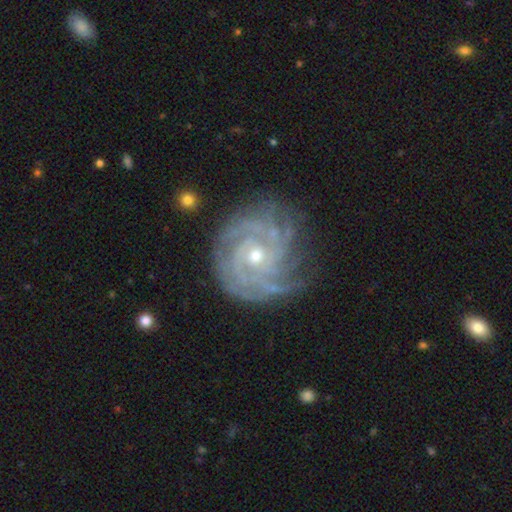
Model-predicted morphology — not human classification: Overall: featured or disk (90%). Edge-on disk: no (98%). Bar: no (70%). Spiral arms: yes (98%). Spiral arm count: 4 (24%; 3 23%). Spiral winding: tight (79%). Bulge size: small (52%; moderate 45%). Merging: none (76%).